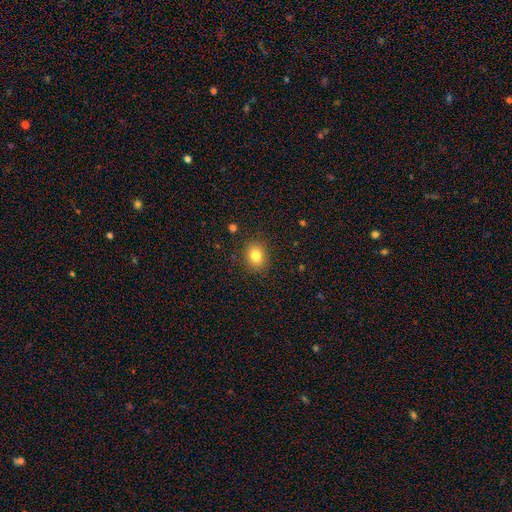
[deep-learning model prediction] A smooth galaxy with no disk features (82%) that is round (53%).

Vote fractions:
- Smooth or featured? smooth: 82% / star or artifact: 10% / featured or disk: 8%
- How rounded? round: 53% / in between: 46% / cigar-shaped: 1%
- Merging? none: 87% / minor disturbance: 9% / major disturbance: 3% / merger: 1%